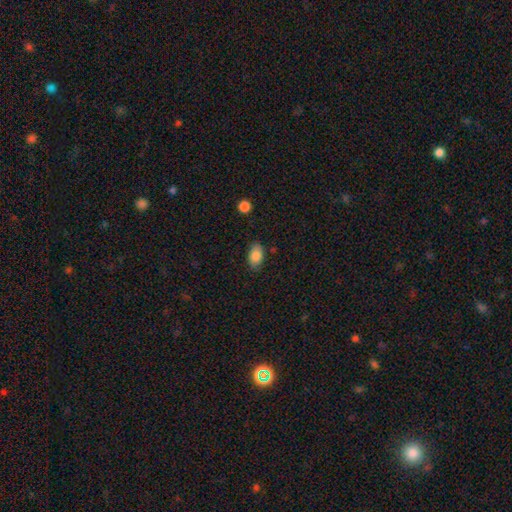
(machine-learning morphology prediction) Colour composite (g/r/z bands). It shows a smooth galaxy with no disk features (86%) that is in between round and cigar-shaped (90%). Merging: none (82%).